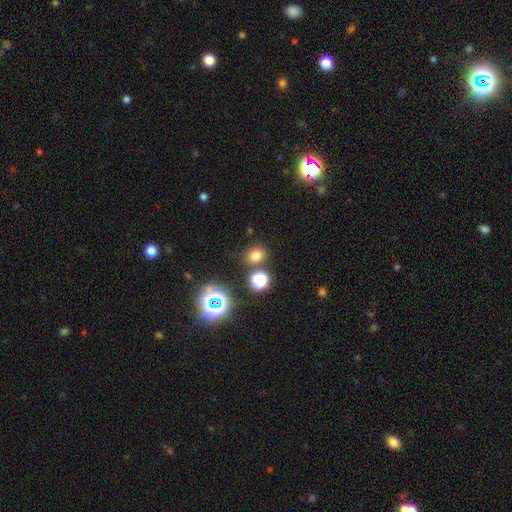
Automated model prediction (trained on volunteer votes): Smooth or featured? Predicted: smooth (p=0.71). How rounded? Predicted: round (p=0.67). Merging? Predicted: none (p=0.80).